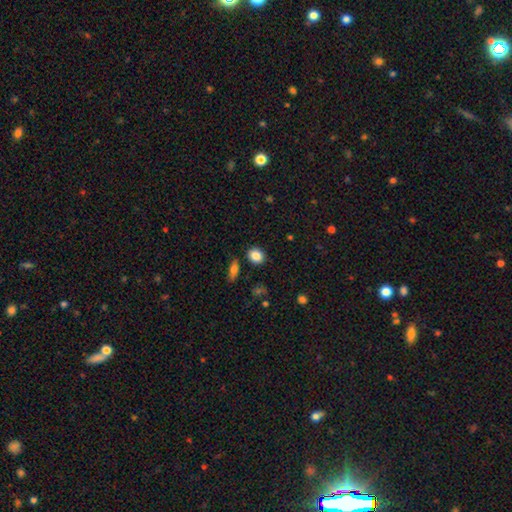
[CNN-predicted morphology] Q: Smooth or featured?
A: smooth (85%); runner-up: star or artifact (9%)
Q: How rounded?
A: round (64%); runner-up: in between (35%)
Q: Merging?
A: none (86%); runner-up: minor disturbance (8%)